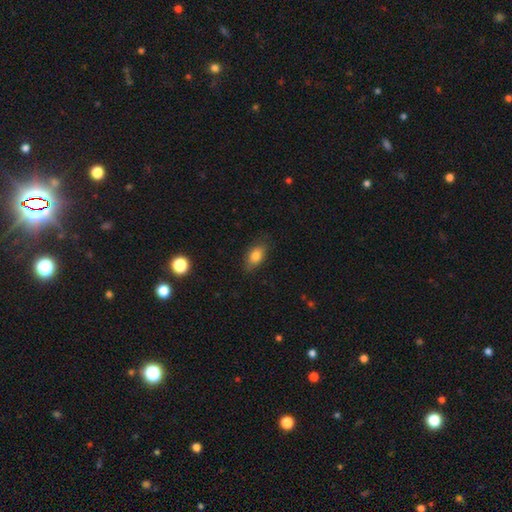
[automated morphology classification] smooth-or-featured: smooth: 80% | featured or disk: 11% | star or artifact: 9%
  how-rounded: in between: 87% | round: 8% | cigar-shaped: 5%
  merging: none: 80% | minor disturbance: 16% | major disturbance: 3% | merger: 1%